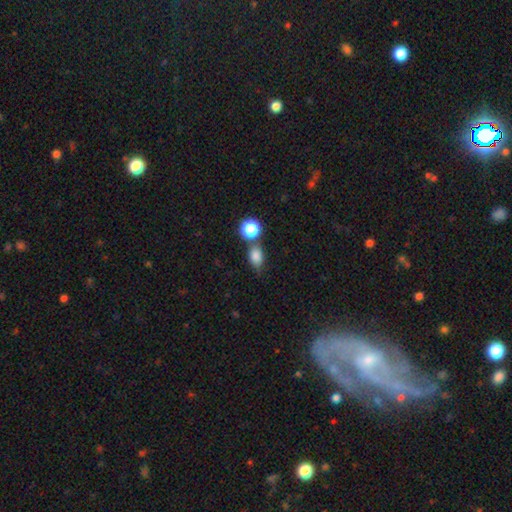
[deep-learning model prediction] This is clearly a smooth galaxy (81%). How rounded: likely in between (63%). Merging: possibly none (57%).